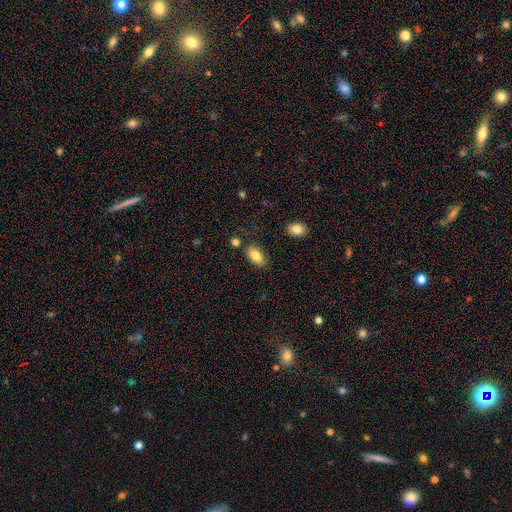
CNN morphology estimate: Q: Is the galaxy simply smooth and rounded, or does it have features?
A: smooth — 83%.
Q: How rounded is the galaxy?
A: in between — 93%.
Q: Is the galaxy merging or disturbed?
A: none — 78%.